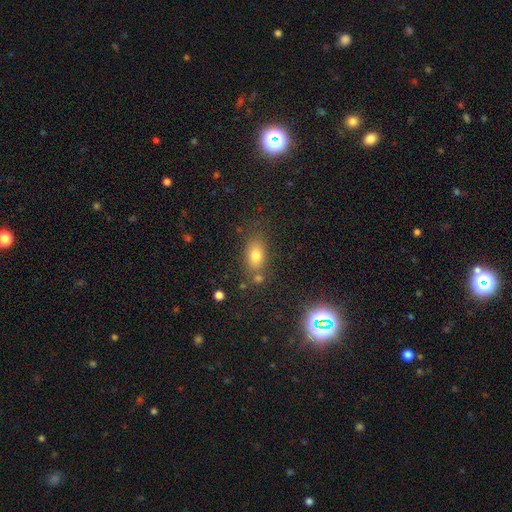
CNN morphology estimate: Smooth or featured?
  - smooth: 71% *
  - star or artifact: 17%
  - featured or disk: 12%
How rounded?
  - in between: 76% *
  - round: 20%
  - cigar-shaped: 5%
Merging?
  - none: 70% *
  - minor disturbance: 14%
  - merger: 10%
  - major disturbance: 5%